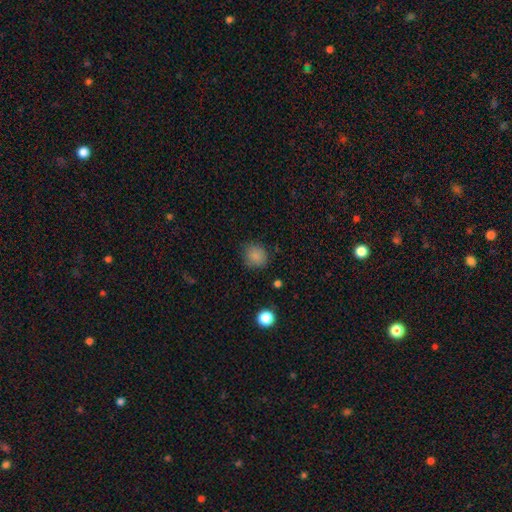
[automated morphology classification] The model was most divided on "merging": none: 80%, minor disturbance: 14%, major disturbance: 4%, merger: 2%. More confident: smooth or featured — smooth (84%); how rounded — round (83%).